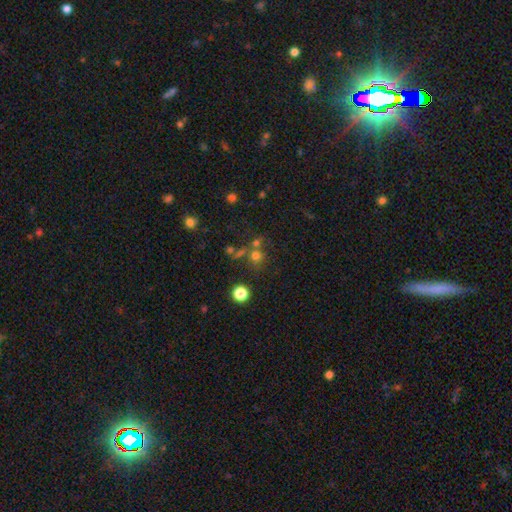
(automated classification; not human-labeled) The model was most divided on "merging": none: 58%, merger: 27%, minor disturbance: 9%, major disturbance: 6%. More confident: how rounded — round (88%); smooth or featured — smooth (65%).